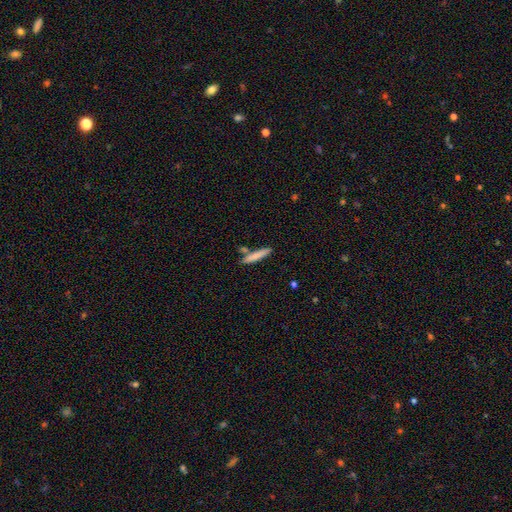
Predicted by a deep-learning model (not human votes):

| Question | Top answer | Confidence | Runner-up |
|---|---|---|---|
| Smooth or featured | smooth | 78% | featured or disk (16%) |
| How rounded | cigar-shaped | 90% | in between (8%) |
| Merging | none | 74% | minor disturbance (12%) |